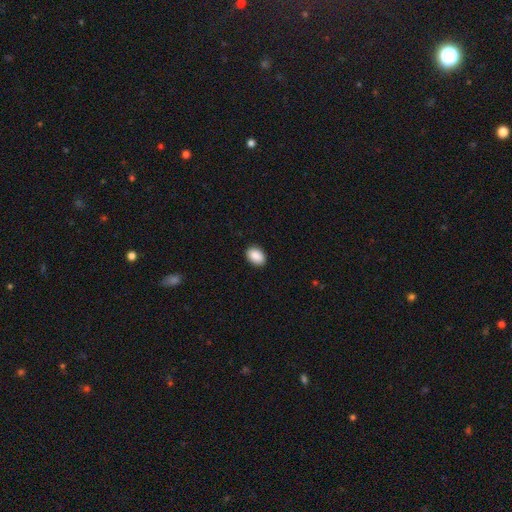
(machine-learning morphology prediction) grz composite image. It shows a smooth galaxy with no disk features (90%) that is in between round and cigar-shaped (84%). Merging: none (90%).